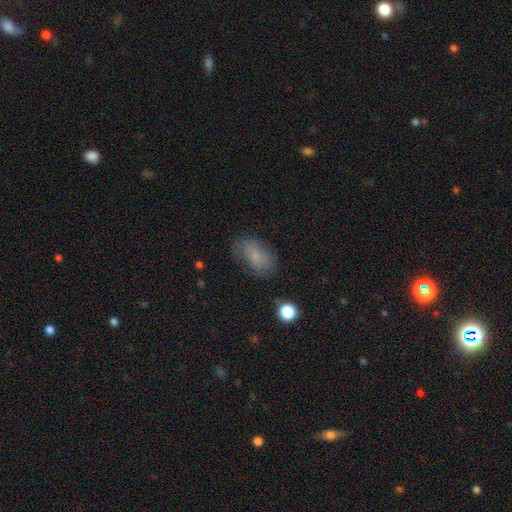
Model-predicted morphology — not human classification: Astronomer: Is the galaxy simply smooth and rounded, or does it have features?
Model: smooth — 67%.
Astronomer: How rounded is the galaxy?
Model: in between — 89%.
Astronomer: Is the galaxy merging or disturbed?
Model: none — 68%.